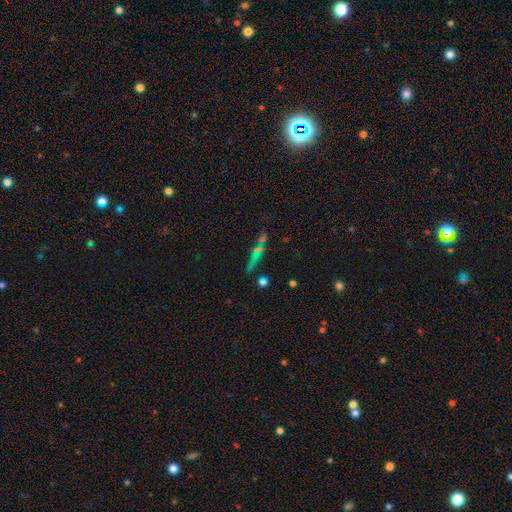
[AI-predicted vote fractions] A smooth galaxy with no disk features (42%).

Vote fractions:
- Smooth or featured? smooth: 42% / star or artifact: 35% / featured or disk: 24%
- Merging? none: 68% / minor disturbance: 13% / merger: 12% / major disturbance: 7%